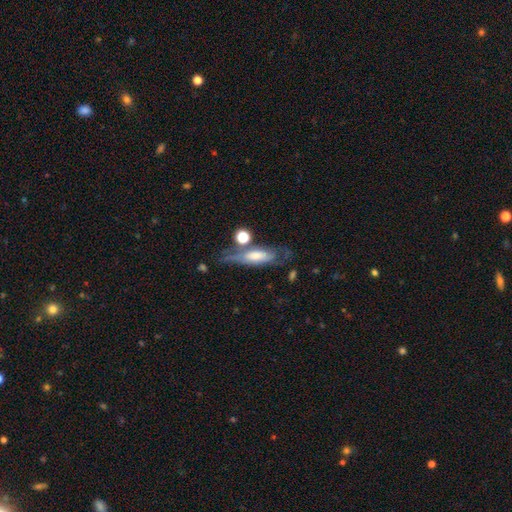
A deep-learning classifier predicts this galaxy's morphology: A featured or disk galaxy (46%, tied with smooth).

Vote fractions:
- Smooth or featured? featured or disk: 46% (tied) / smooth: 46% (tied) / star or artifact: 8%
- Merging? none: 45% / minor disturbance: 24% / major disturbance: 18% / merger: 13%